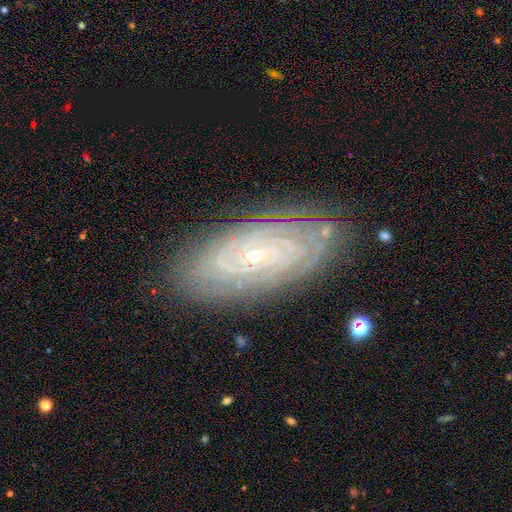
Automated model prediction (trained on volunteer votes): smooth-or-featured: featured or disk: 85% | smooth: 8% | star or artifact: 7%
  disk-edge-on: no: 93% | yes: 7%
    bar: no: 70% | weak: 22% | strong: 8%
    has-spiral-arms: yes: 97% | no: 3%
      spiral-winding: tight: 84% | medium: 14% | loose: 3%
      spiral-arm-count: can't tell: 32% | 4: 18% | 2: 16% | 3: 15% | more than 4: 13% | 1: 6%
    bulge-size: small: 84% | moderate: 13% | none: 1% | large: 1% | dominant: 1%
  merging: none: 82% | minor disturbance: 13% | major disturbance: 3% | merger: 1%